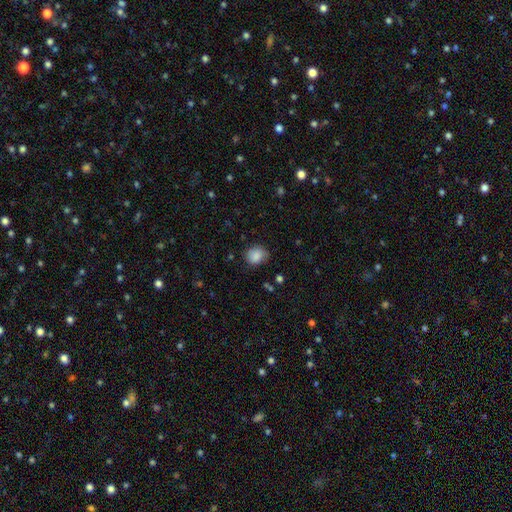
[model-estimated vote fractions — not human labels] Smooth or featured: smooth — 85% (star or artifact — 8%)
How rounded: round — 69% (in between — 30%)
Merging: none — 74% (minor disturbance — 20%)